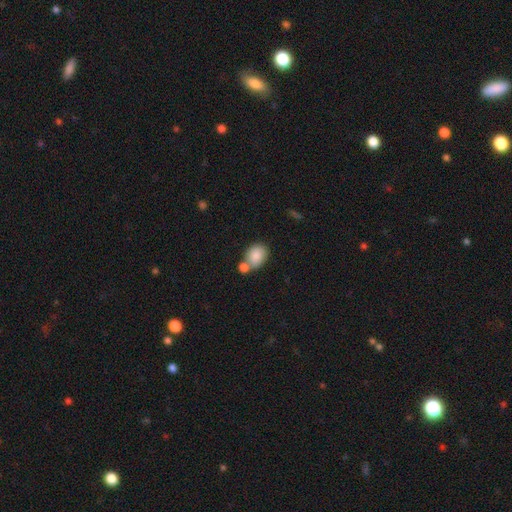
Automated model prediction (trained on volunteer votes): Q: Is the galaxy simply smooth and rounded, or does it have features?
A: smooth — 85%.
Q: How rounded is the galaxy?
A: in between — 63%.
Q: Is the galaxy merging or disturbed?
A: none — 49%.